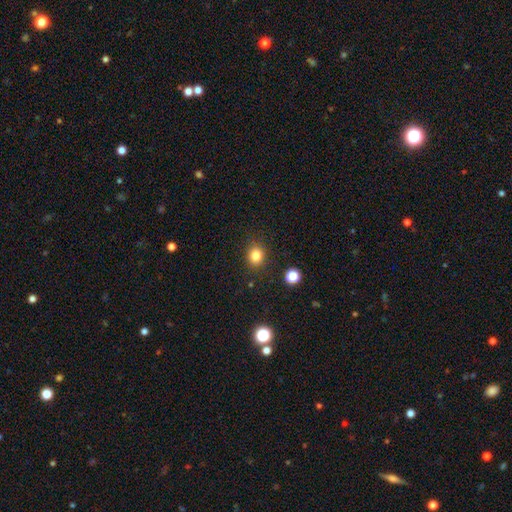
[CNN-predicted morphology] The model was most divided on "how rounded": round: 71%, in between: 29%, cigar-shaped: 1%. More confident: merging — none (87%); smooth or featured — smooth (82%).